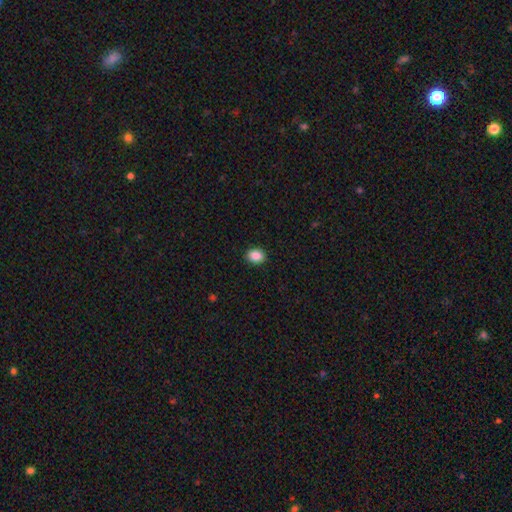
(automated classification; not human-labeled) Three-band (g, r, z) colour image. It shows a smooth galaxy with no disk features (88%) that is in between round and cigar-shaped (59%). Merging: none (91%).